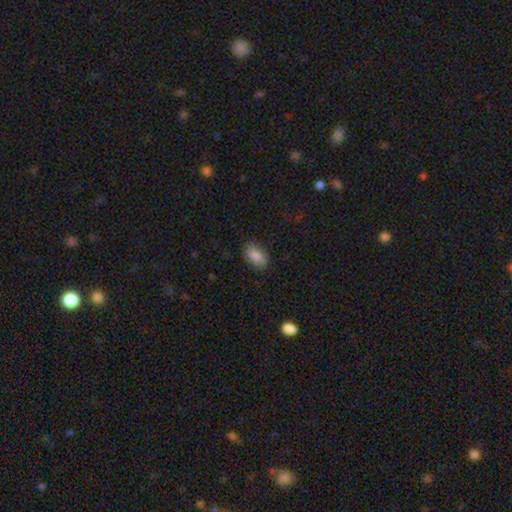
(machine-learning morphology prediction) Smooth or featured? smooth (85%)
How rounded? in between (91%)
Merging? none (85%)